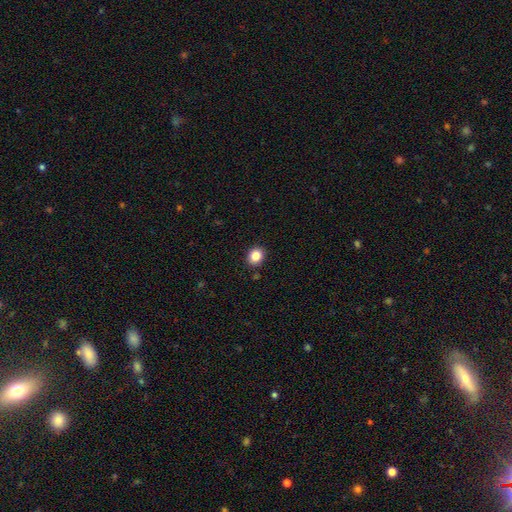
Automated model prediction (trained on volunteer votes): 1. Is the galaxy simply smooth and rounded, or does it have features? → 85% smooth, 10% star or artifact, 5% featured or disk.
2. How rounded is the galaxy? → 69% round, 30% in between, 1% cigar-shaped.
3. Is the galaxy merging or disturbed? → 91% none, 6% minor disturbance, 2% major disturbance, 1% merger.